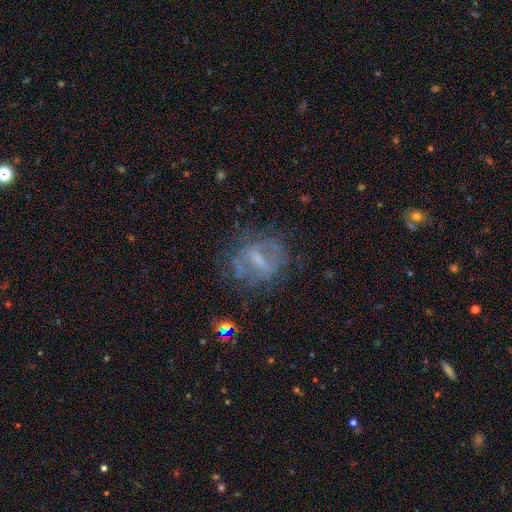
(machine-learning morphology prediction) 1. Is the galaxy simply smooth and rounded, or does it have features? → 56% featured or disk, 25% smooth, 19% star or artifact.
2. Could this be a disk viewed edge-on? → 89% no, 11% yes.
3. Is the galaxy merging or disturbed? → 73% none, 15% minor disturbance, 10% major disturbance, 2% merger.